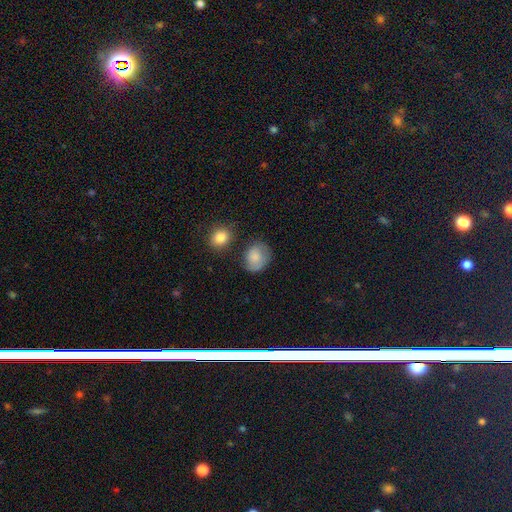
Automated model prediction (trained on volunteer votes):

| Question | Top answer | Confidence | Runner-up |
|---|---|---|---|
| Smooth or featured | smooth | 75% | featured or disk (17%) |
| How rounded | round | 58% | in between (41%) |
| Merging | none | 59% | minor disturbance (26%) |